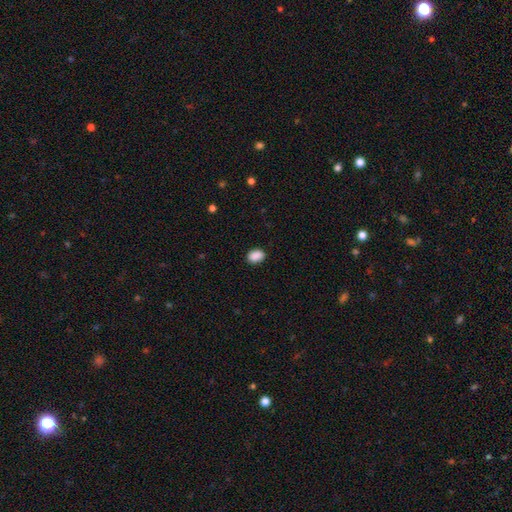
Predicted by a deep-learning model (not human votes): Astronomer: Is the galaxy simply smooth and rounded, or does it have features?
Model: smooth — 90%.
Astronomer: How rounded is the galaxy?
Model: in between — 79%.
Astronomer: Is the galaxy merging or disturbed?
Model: none — 87%.